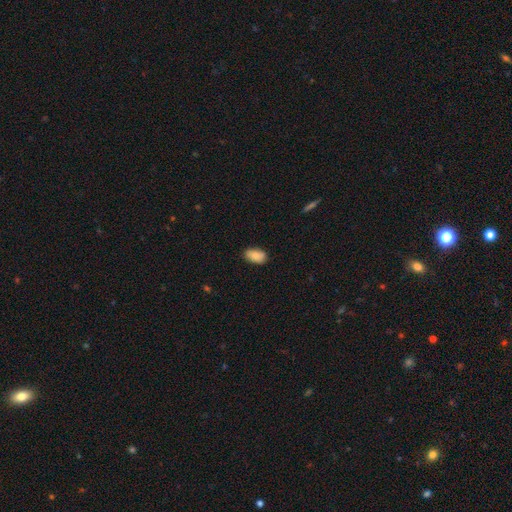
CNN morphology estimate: This appears to be a smooth galaxy with no disk features (86%) that is in between round and cigar-shaped (93%). Merging: none (81%).